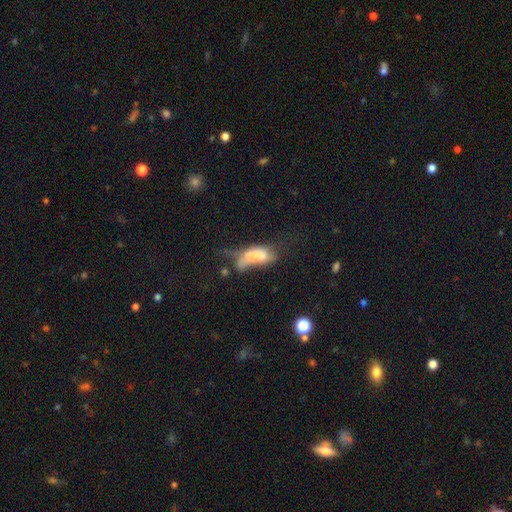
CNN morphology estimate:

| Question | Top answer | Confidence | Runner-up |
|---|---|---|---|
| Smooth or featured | smooth | 59% | featured or disk (30%) |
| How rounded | in between | 77% | cigar-shaped (20%) |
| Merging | major disturbance | 44% | merger (22%) |